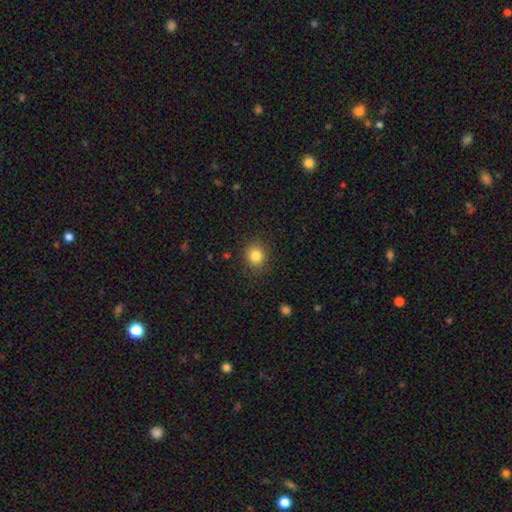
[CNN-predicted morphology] smooth 83%, star or artifact 11%, featured or disk 6%. Down the decision tree: how rounded — round (80%); merging — none (88%).